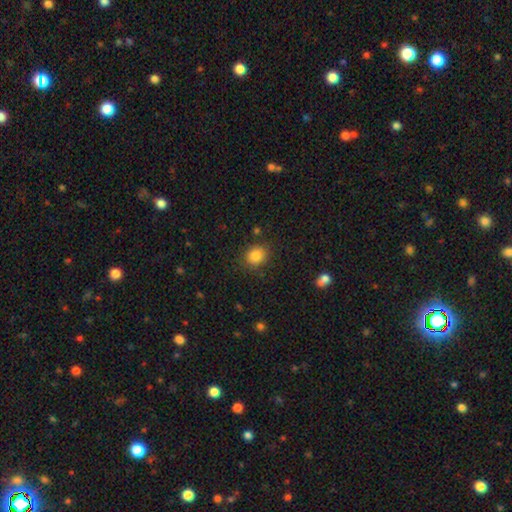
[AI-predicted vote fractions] This appears to be a smooth galaxy with no disk features (84%) that is round (69%). Merging: none (84%).